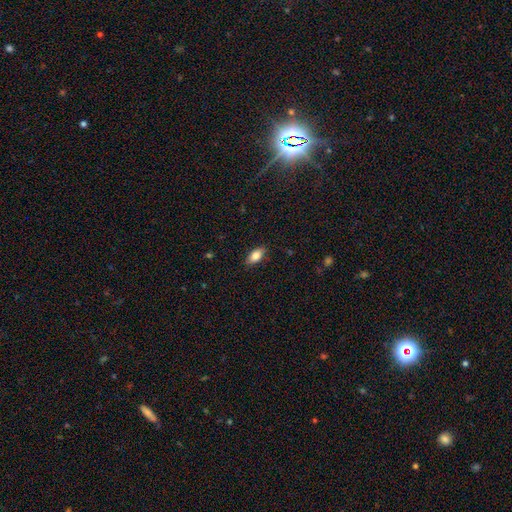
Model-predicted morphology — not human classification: Smooth or featured: smooth — 83% (featured or disk — 10%)
How rounded: in between — 89% (cigar-shaped — 7%)
Merging: none — 86% (minor disturbance — 11%)